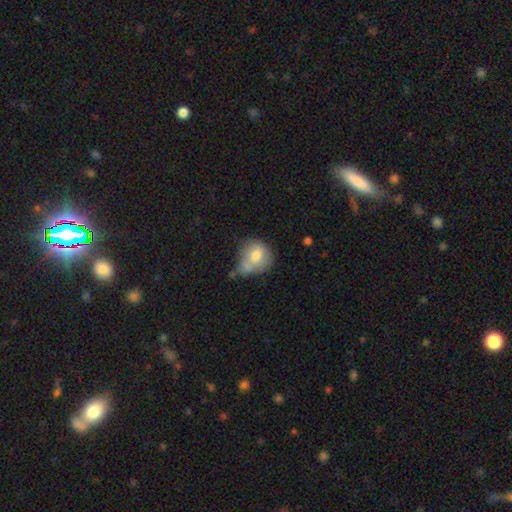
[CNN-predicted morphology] Smooth or featured? smooth (70%)
How rounded? round (71%)
Merging? none (35%)